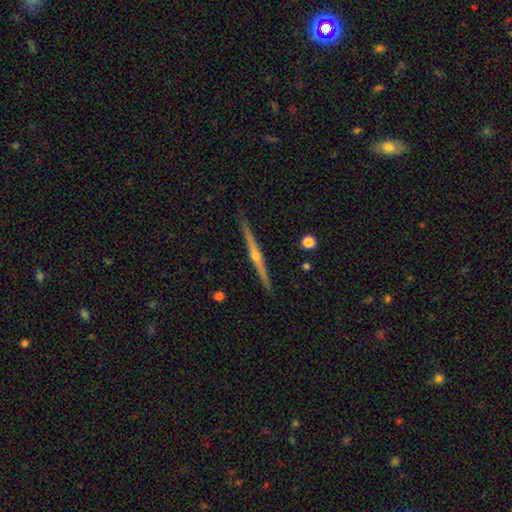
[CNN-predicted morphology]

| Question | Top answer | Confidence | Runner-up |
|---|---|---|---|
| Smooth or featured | featured or disk | 85% | smooth (10%) |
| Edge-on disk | yes | 99% | no (1%) |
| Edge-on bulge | rounded | 91% | none (6%) |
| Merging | none | 92% | minor disturbance (6%) |